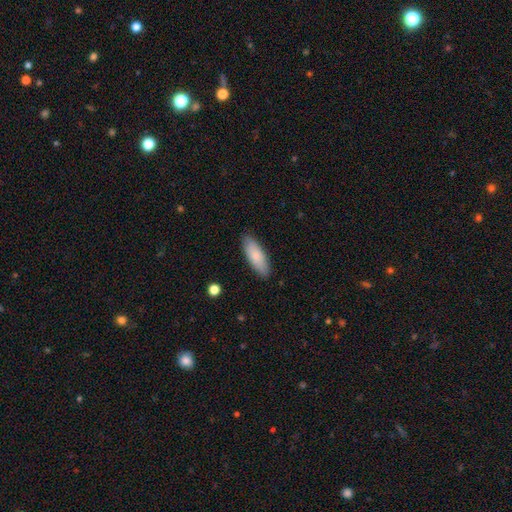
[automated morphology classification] smooth-or-featured: smooth: 82% | featured or disk: 12% | star or artifact: 5%
  how-rounded: in between: 65% | cigar-shaped: 33% | round: 2%
  merging: none: 87% | minor disturbance: 10% | major disturbance: 2% | merger: 1%